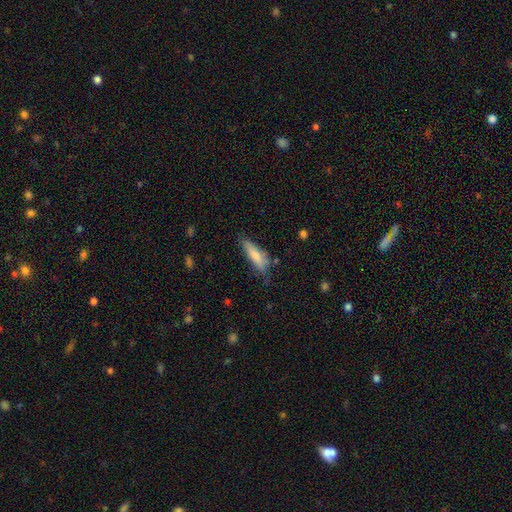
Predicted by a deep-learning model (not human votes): smooth 77%, featured or disk 16%, star or artifact 6%. Down the decision tree: how rounded — cigar-shaped (57%); merging — none (58%).